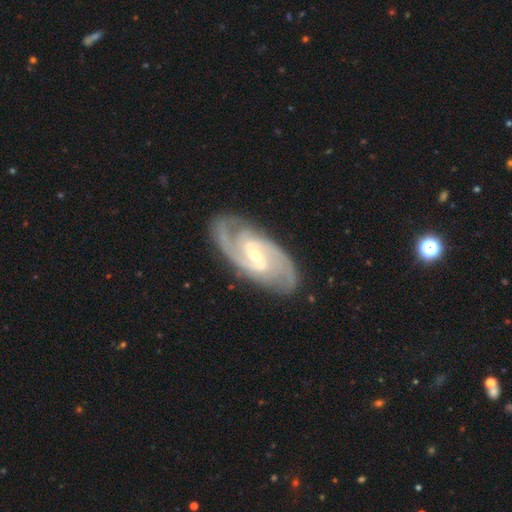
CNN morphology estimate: smooth-or-featured: featured or disk: 91% | star or artifact: 4% | smooth: 4%
  disk-edge-on: no: 95% | yes: 5%
    bar: weak: 50% | strong: 26% | no: 24%
    has-spiral-arms: yes: 98% | no: 2%
      spiral-winding: medium: 47% | tight: 45% | loose: 8%
      spiral-arm-count: 2: 66% | 3: 18% | can't tell: 7% | 4: 4% | 1: 3% | more than 4: 3%
    bulge-size: small: 59% | moderate: 37% | large: 1% | none: 1% | dominant: 1%
  merging: none: 83% | minor disturbance: 13% | major disturbance: 4% | merger: 1%